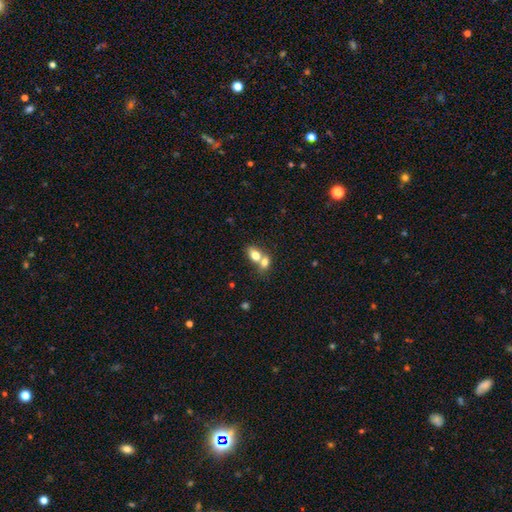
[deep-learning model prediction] Smooth or featured: smooth — 74% (featured or disk — 17%)
How rounded: in between — 76% (round — 22%)
Merging: merger — 67% (none — 24%)